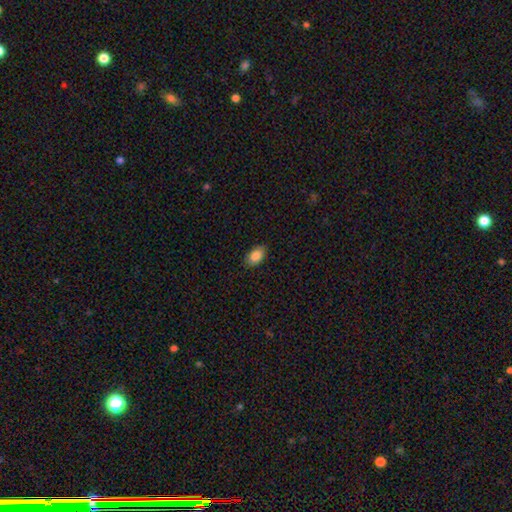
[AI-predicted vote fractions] Smooth or featured? Predicted: smooth (p=0.86). How rounded? Predicted: in between (p=0.92). Merging? Predicted: none (p=0.85).